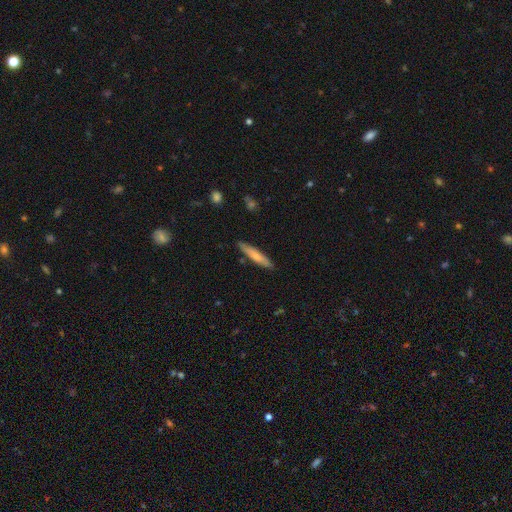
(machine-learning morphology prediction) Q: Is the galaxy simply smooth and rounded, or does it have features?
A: smooth — 69%.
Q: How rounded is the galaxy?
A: cigar-shaped — 90%.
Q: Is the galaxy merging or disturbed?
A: none — 85%.